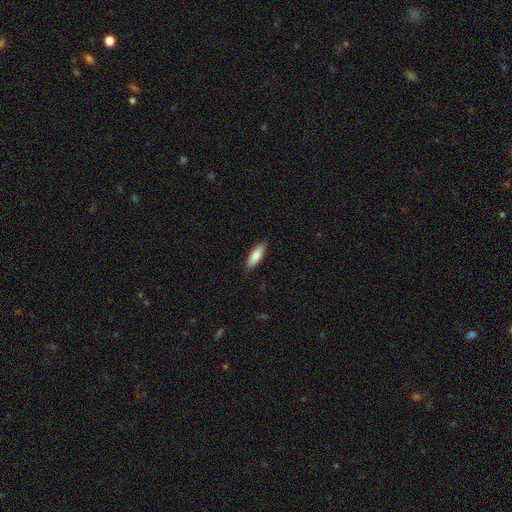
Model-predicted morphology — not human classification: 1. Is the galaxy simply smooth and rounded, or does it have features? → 84% smooth, 10% featured or disk, 6% star or artifact.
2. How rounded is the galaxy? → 63% in between, 35% cigar-shaped, 2% round.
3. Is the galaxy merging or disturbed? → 88% none, 9% minor disturbance, 2% major disturbance, 1% merger.